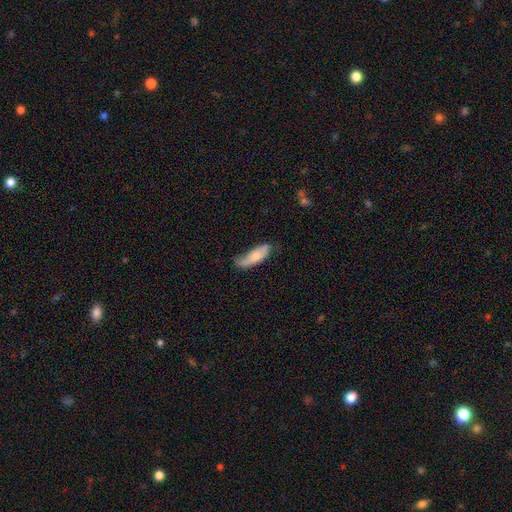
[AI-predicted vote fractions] The model was most divided on "merging": none: 46%, minor disturbance: 36%, major disturbance: 15%, merger: 3%. More confident: smooth or featured — smooth (65%); how rounded — in between (60%).